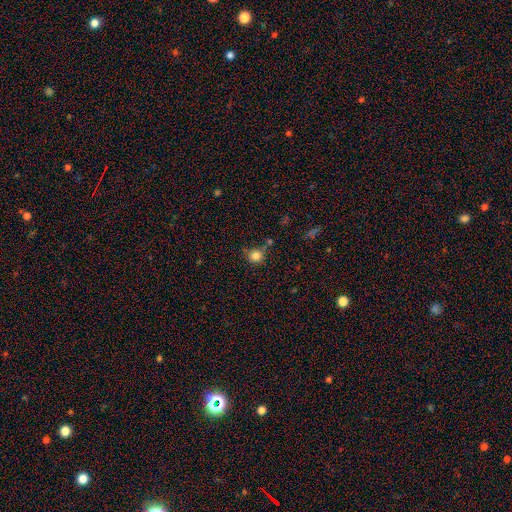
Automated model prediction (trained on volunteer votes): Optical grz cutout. It shows a smooth galaxy with no disk features (83%) that is round (88%). Merging: none (65%).